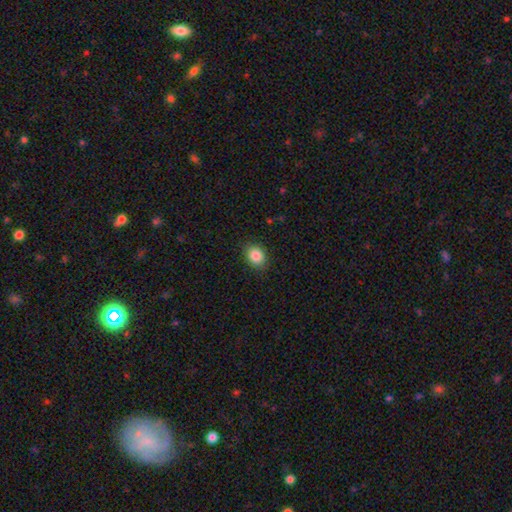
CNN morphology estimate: A smooth galaxy with no disk features (85%) that is in between round and cigar-shaped (51%).

Vote fractions:
- Smooth or featured? smooth: 85% / star or artifact: 9% / featured or disk: 5%
- How rounded? in between: 51% / round: 48% / cigar-shaped: 1%
- Merging? none: 87% / minor disturbance: 9% / major disturbance: 2% / merger: 1%